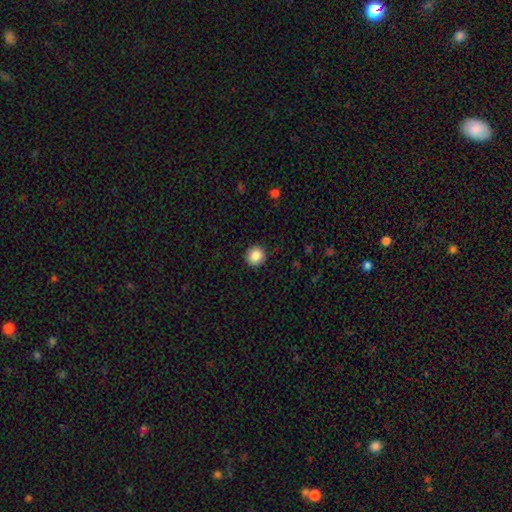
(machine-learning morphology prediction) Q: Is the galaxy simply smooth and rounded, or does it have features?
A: smooth — 87%.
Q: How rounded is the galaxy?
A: round — 91%.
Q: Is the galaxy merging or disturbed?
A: none — 92%.